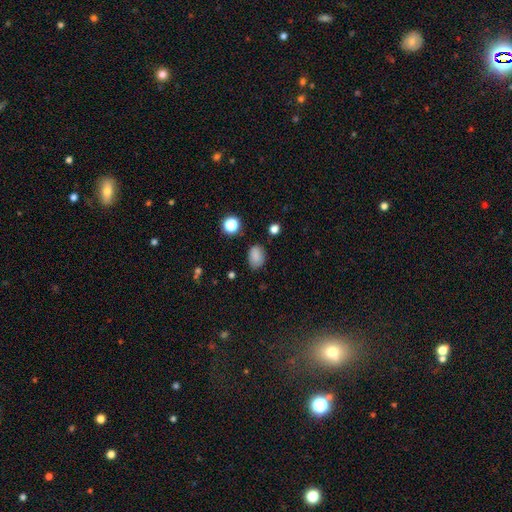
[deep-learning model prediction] smooth-or-featured: smooth: 82% | star or artifact: 12% | featured or disk: 6%
  how-rounded: in between: 75% | round: 23% | cigar-shaped: 1%
  merging: none: 75% | minor disturbance: 18% | major disturbance: 4% | merger: 2%